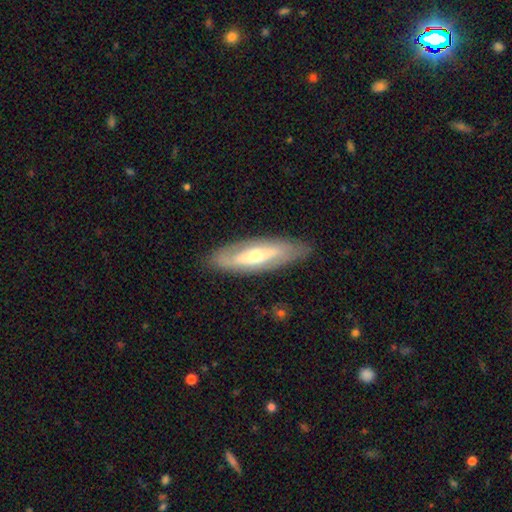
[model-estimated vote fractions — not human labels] A featured or disk galaxy (66%).

Vote fractions:
- Smooth or featured? featured or disk: 66% / smooth: 28% / star or artifact: 6%
- Edge-on disk? no: 62% / yes: 38%
- Merging? none: 85% / minor disturbance: 11% / major disturbance: 3% / merger: 1%